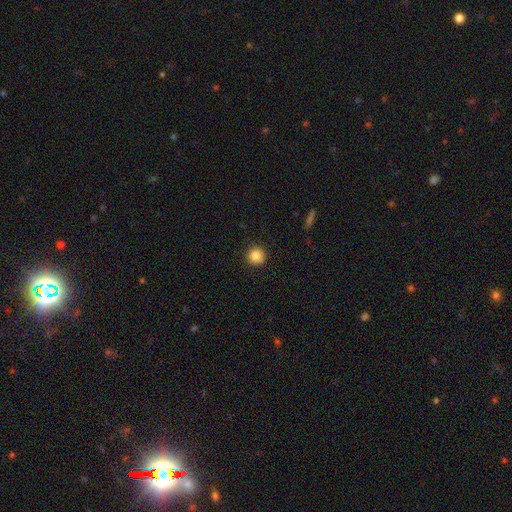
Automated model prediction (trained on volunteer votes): smooth_or_featured: smooth (p=0.84) [alt: star or artifact p=0.11]
how_rounded: round (p=0.94) [alt: in between p=0.05]
merging: none (p=0.91) [alt: minor disturbance p=0.06]